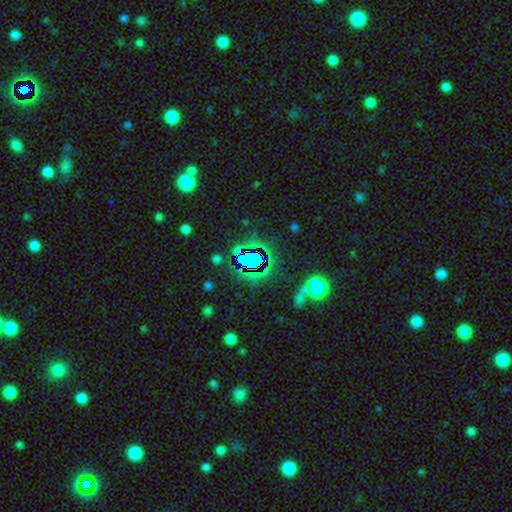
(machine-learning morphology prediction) A star or artifact, not a galaxy (69%).